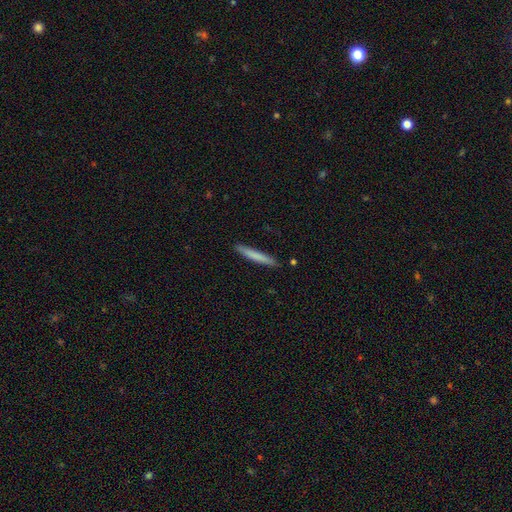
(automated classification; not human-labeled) A smooth galaxy with no disk features (75%) that is cigar-shaped (96%). Merging: none (90%).